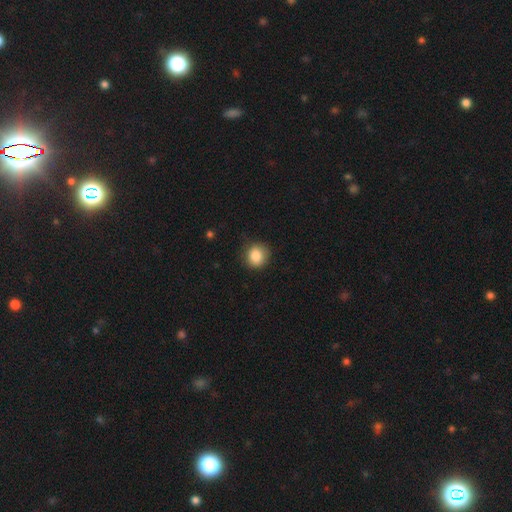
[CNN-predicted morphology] Smooth or featured?
  - smooth: 86% *
  - star or artifact: 9%
  - featured or disk: 4%
How rounded?
  - round: 83% *
  - in between: 16%
  - cigar-shaped: 1%
Merging?
  - none: 81% *
  - minor disturbance: 15%
  - major disturbance: 3%
  - merger: 1%